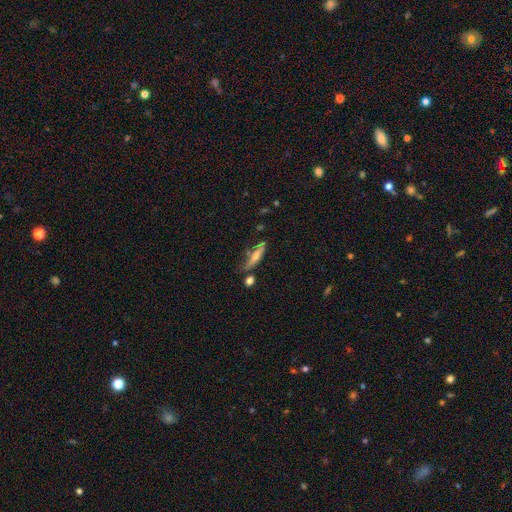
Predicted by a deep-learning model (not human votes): Overall: featured or disk (50%; smooth 41%). Merging: none (60%; minor disturbance 22%).